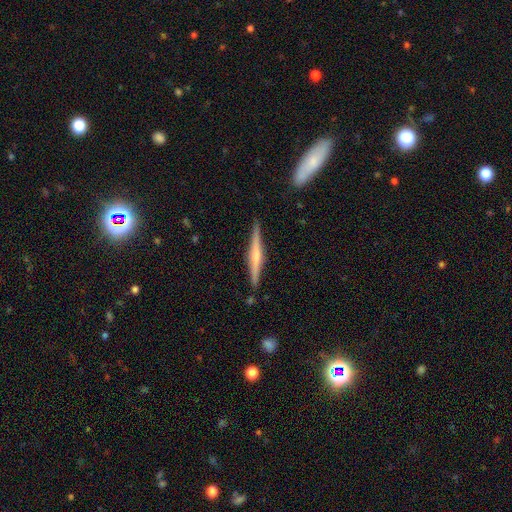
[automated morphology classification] This is likely a featured or disk galaxy (69%). It is clearly viewed edge-on (98%). Edge-on bulge: likely rounded (66%). Merging: clearly none (90%).